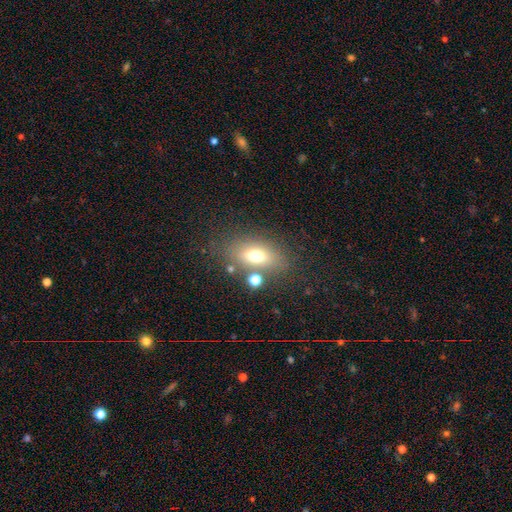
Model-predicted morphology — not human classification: Smooth or featured: smooth — 68% (featured or disk — 19%)
How rounded: in between — 80% (round — 13%)
Merging: none — 72% (minor disturbance — 13%)